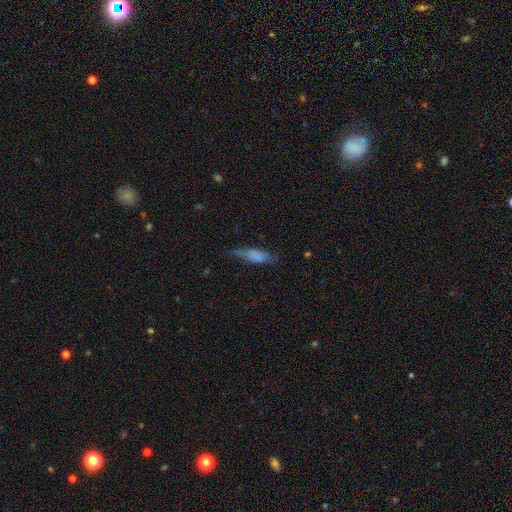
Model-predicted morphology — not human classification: smooth-or-featured: smooth: 70% | featured or disk: 23% | star or artifact: 8%
  how-rounded: cigar-shaped: 58% | in between: 40% | round: 2%
  merging: none: 60% | minor disturbance: 29% | major disturbance: 9% | merger: 2%